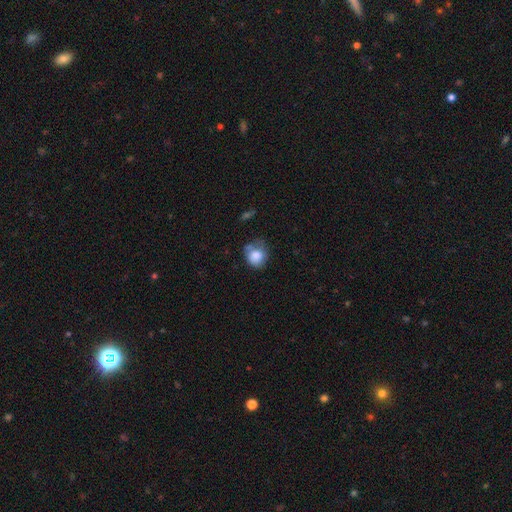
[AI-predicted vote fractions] smooth 79%, featured or disk 13%, star or artifact 8%. Down the decision tree: how rounded — round (71%); merging — none (42%).